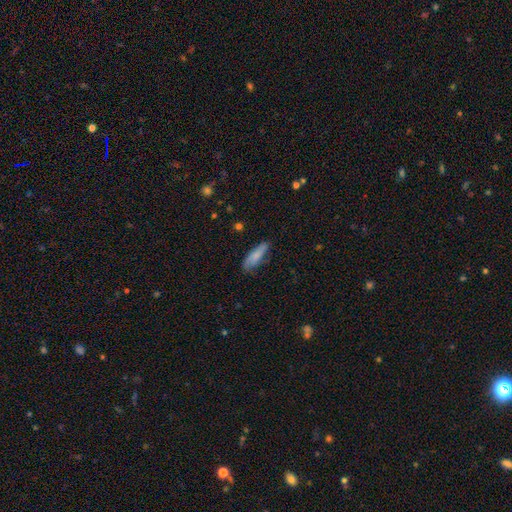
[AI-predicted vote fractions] Smooth or featured? smooth (74%)
How rounded? cigar-shaped (55%)
Merging? none (67%)